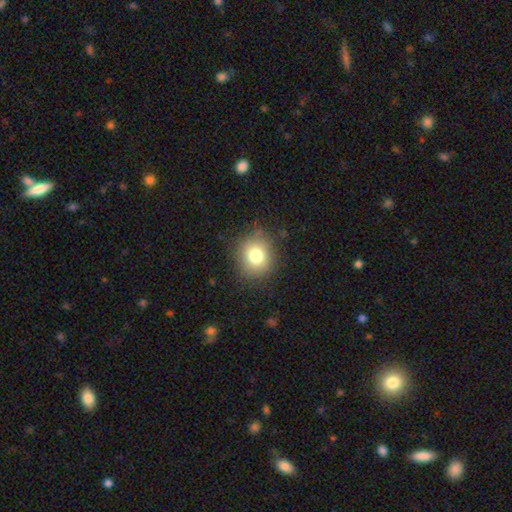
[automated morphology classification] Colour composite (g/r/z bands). It shows a smooth galaxy with no disk features (78%) that is round (82%). Merging: none (85%).